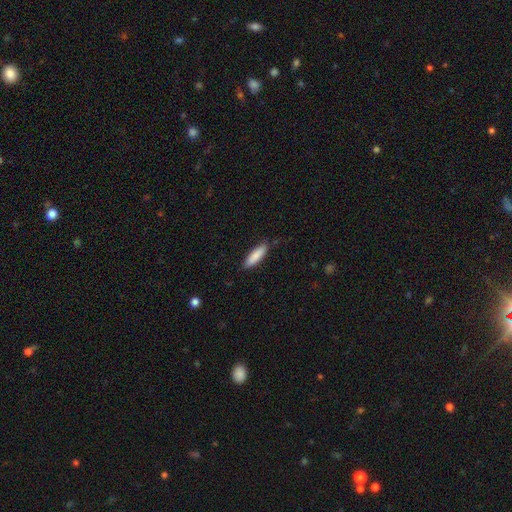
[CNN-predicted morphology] type=smooth (86%); roundness=cigar-shaped (61%); merging=none (85%).